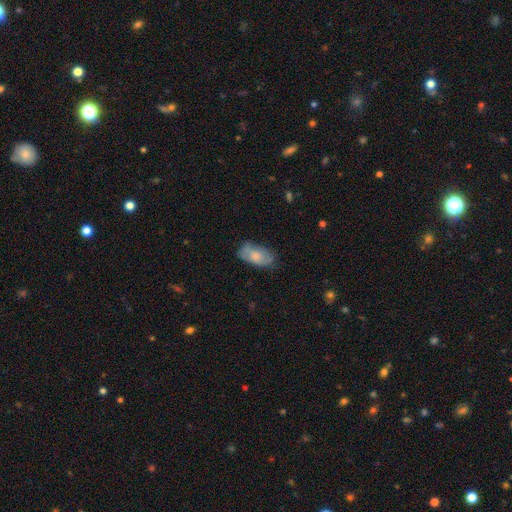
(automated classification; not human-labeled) The model was most divided on "merging": none: 63%, minor disturbance: 27%, major disturbance: 8%, merger: 2%. More confident: how rounded — in between (93%); smooth or featured — smooth (65%).